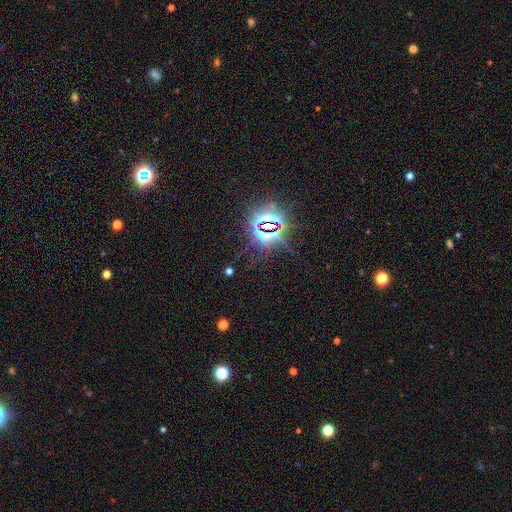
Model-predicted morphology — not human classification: smooth-or-featured: star or artifact: 84% | smooth: 9% | featured or disk: 7%